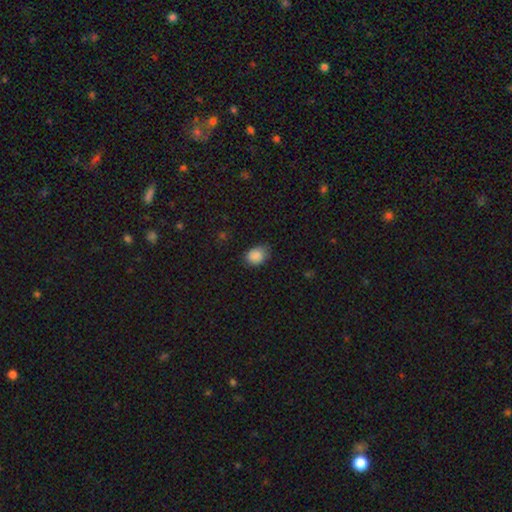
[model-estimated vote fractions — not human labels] This is clearly a smooth galaxy (87%). How rounded: possibly in between (59%). Merging: likely none (67%).